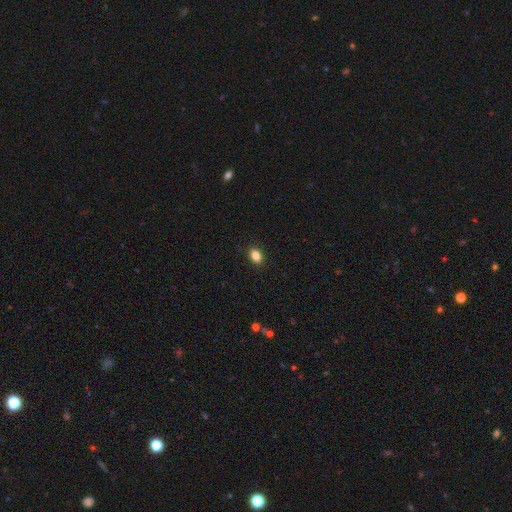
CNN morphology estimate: Overall: smooth (85%). How rounded: in between (73%). Merging: none (89%).